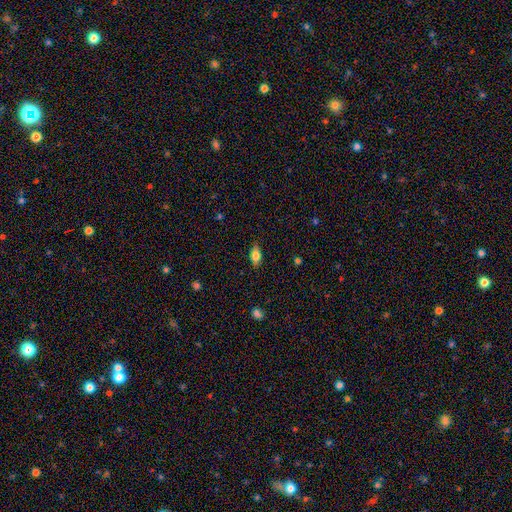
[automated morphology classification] This is likely a smooth galaxy (75%). How rounded: clearly in between (84%). Merging: clearly none (84%).